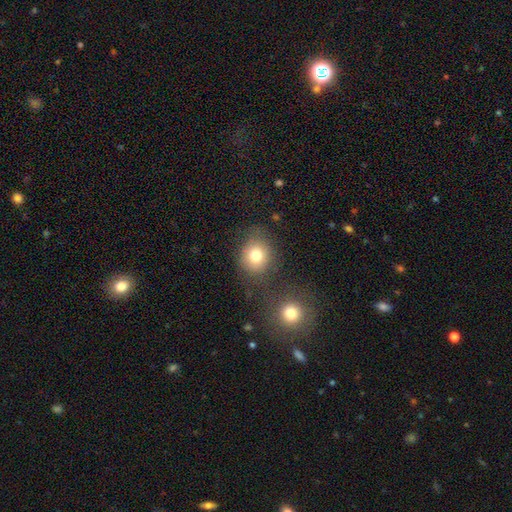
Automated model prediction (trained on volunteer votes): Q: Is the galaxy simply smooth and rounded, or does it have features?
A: smooth — 78%.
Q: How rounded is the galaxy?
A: round — 74%.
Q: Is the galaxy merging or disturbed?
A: none — 70%.